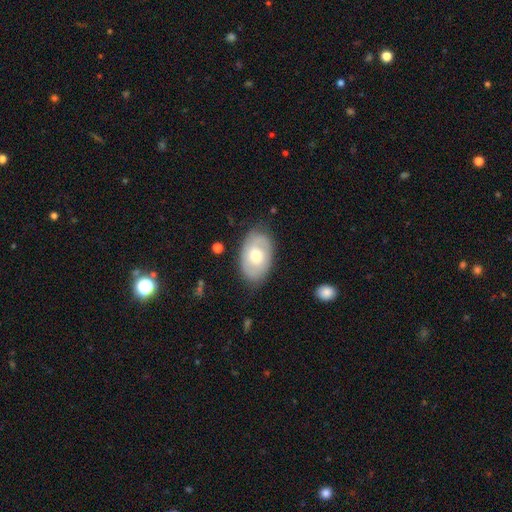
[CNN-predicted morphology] This is possibly a smooth galaxy (47%, tied with featured or disk). Merging: likely none (76%).